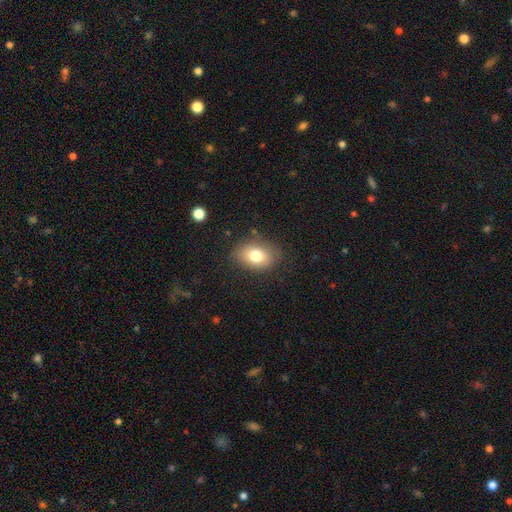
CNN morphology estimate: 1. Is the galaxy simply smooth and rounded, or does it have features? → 76% smooth, 14% featured or disk, 10% star or artifact.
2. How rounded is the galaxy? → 76% in between, 22% round, 1% cigar-shaped.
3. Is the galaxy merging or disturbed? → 81% none, 14% minor disturbance, 4% major disturbance, 1% merger.